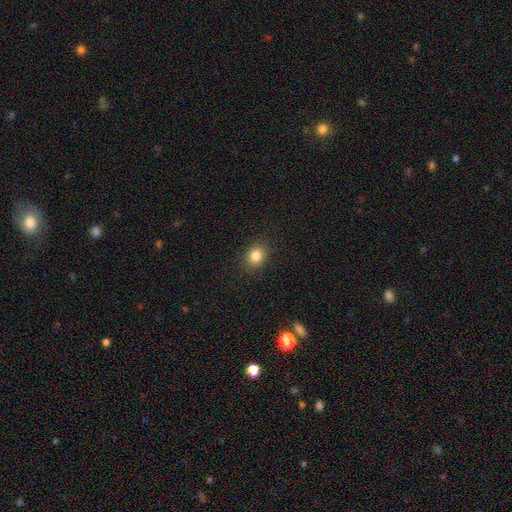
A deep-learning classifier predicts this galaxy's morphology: smooth-or-featured: smooth: 84% | star or artifact: 11% | featured or disk: 6%
  how-rounded: round: 52% | in between: 47% | cigar-shaped: 1%
  merging: none: 87% | minor disturbance: 9% | major disturbance: 3% | merger: 1%